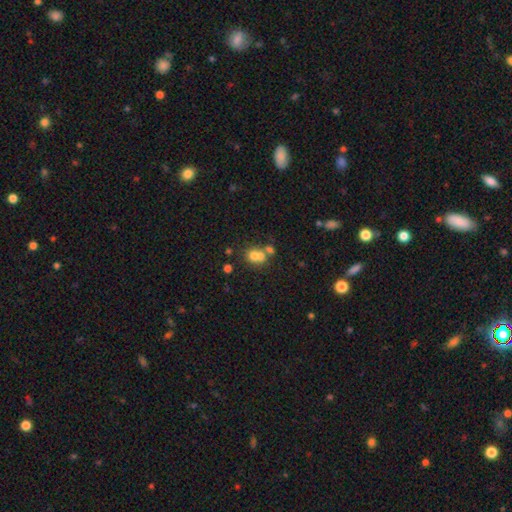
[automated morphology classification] Q: Smooth or featured?
A: smooth (67%); runner-up: featured or disk (18%)
Q: How rounded?
A: round (69%); runner-up: in between (30%)
Q: Merging?
A: merger (51%); runner-up: none (36%)